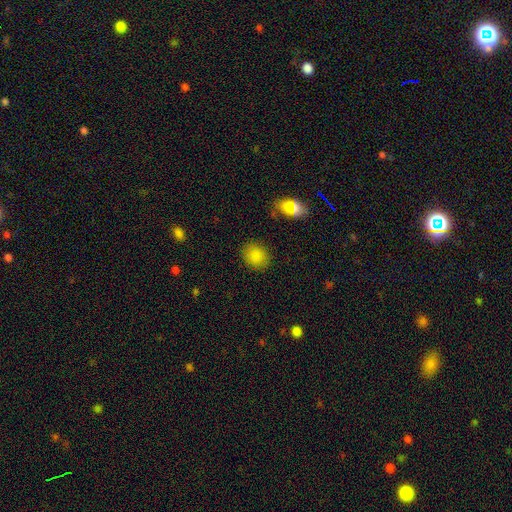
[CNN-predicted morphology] smooth-or-featured: smooth: 85% | star or artifact: 10% | featured or disk: 5%
  how-rounded: round: 63% | in between: 36% | cigar-shaped: 1%
  merging: none: 86% | minor disturbance: 9% | major disturbance: 3% | merger: 2%